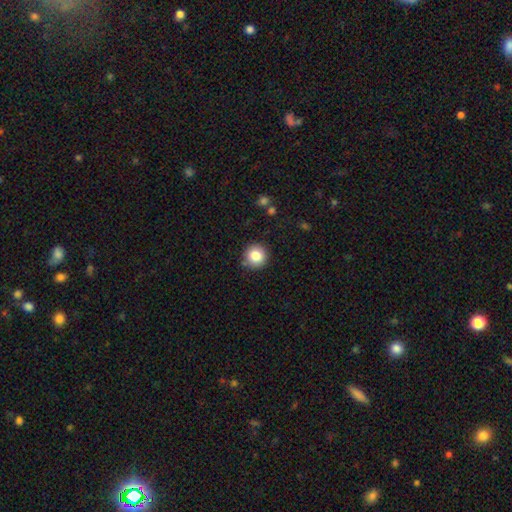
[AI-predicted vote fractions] A smooth galaxy with no disk features (84%) that is round (95%). Merging: none (88%).